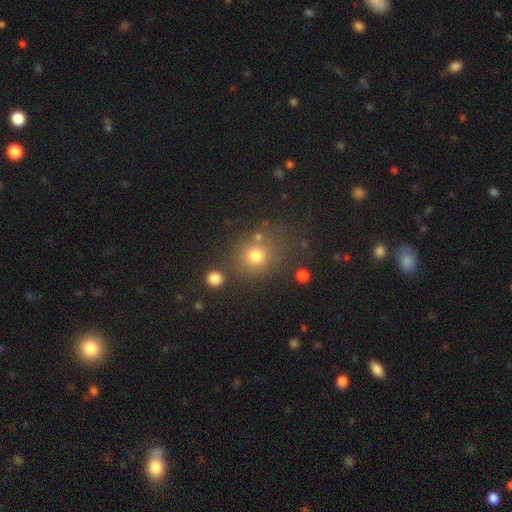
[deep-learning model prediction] The model was most divided on "smooth or featured": smooth: 74%, star or artifact: 17%, featured or disk: 9%. More confident: how rounded — round (79%); merging — none (74%).